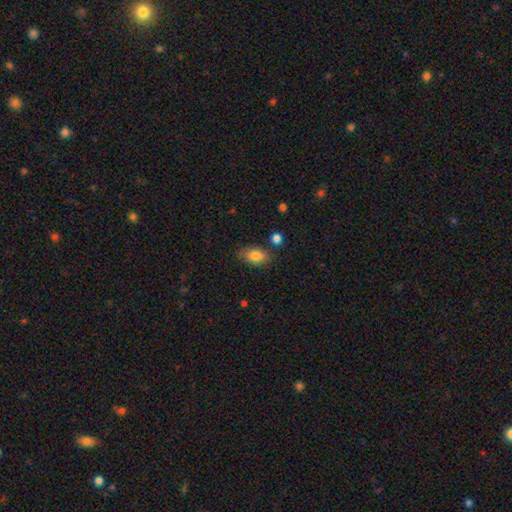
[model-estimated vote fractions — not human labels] This is clearly a smooth galaxy (83%). How rounded: clearly in between (90%). Merging: likely none (77%).